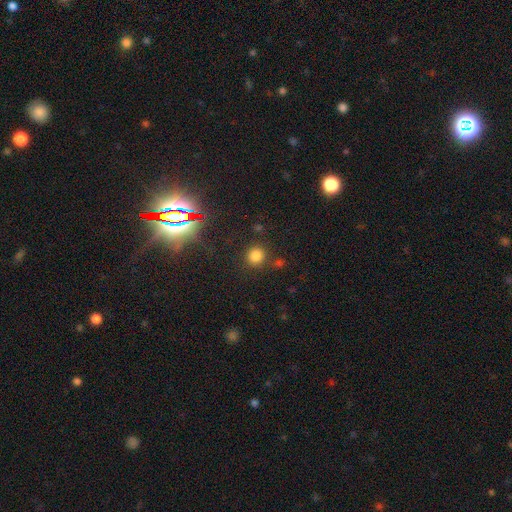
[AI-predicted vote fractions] A smooth galaxy with no disk features (77%) that is round (89%). Merging: none (83%).